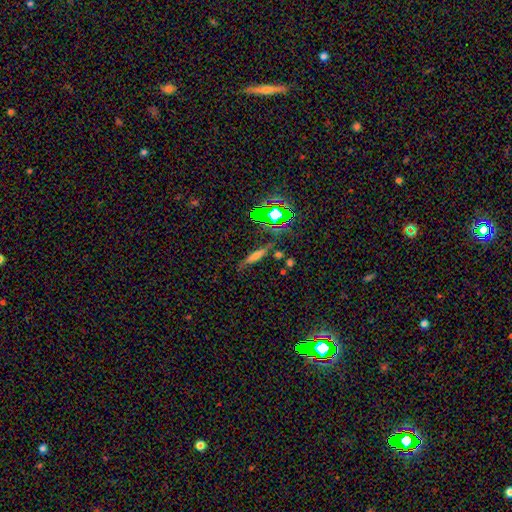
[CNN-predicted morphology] This appears to be a smooth galaxy with no disk features (47%). Merging: none (70%).